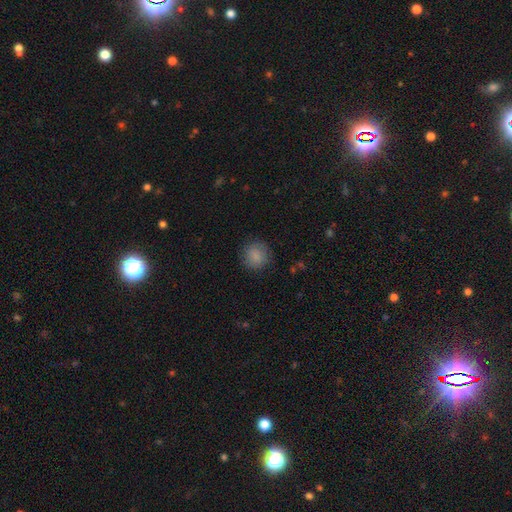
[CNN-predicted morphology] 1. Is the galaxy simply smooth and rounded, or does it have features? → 86% smooth, 8% star or artifact, 5% featured or disk.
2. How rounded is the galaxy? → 91% round, 8% in between, 1% cigar-shaped.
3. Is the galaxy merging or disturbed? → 85% none, 10% minor disturbance, 3% major disturbance, 1% merger.